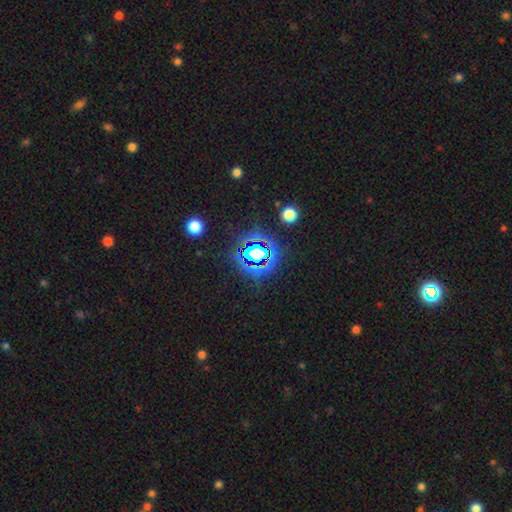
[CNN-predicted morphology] This is likely a star or artifact rather than a galaxy (79%).